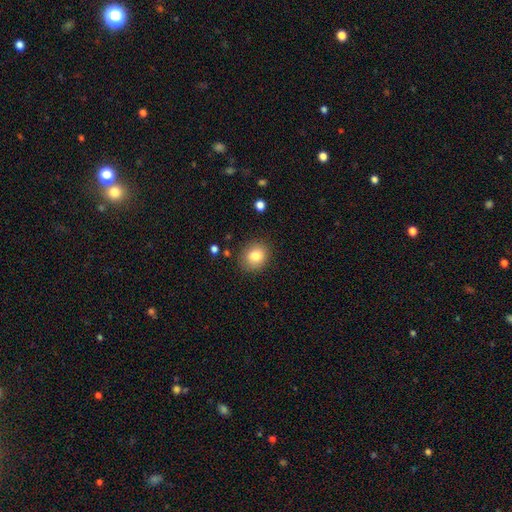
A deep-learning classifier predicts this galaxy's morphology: This appears to be a smooth galaxy with no disk features (82%) that is round (73%). Merging: none (86%).